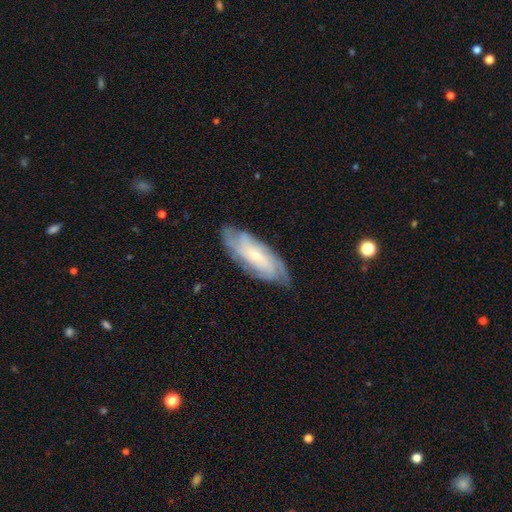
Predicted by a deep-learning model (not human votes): Q: Smooth or featured?
A: featured or disk (77%); runner-up: smooth (17%)
Q: Edge-on disk?
A: no (89%); runner-up: yes (11%)
Q: Bar?
A: no (65%); runner-up: weak (27%)
Q: Spiral arms?
A: yes (94%); runner-up: no (6%)
Q: Spiral winding?
A: tight (61%); runner-up: medium (30%)
Q: Spiral arm count?
A: can't tell (37%); runner-up: 4 (20%)
Q: Bulge size?
A: small (73%); runner-up: moderate (21%)
Q: Merging?
A: none (78%); runner-up: minor disturbance (17%)